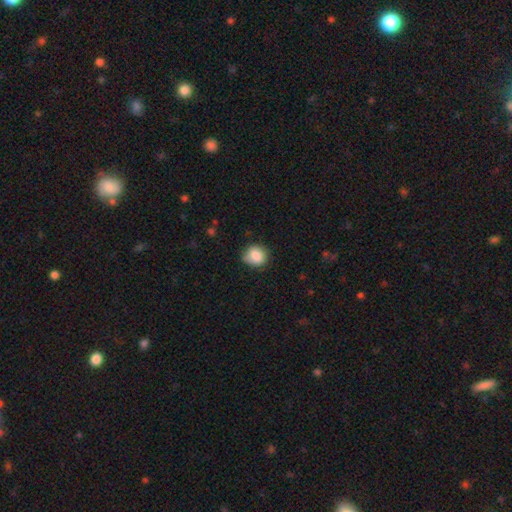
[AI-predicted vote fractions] The model was most divided on "merging": none: 69%, minor disturbance: 24%, major disturbance: 4%, merger: 2%. More confident: smooth or featured — smooth (85%); how rounded — round (74%).